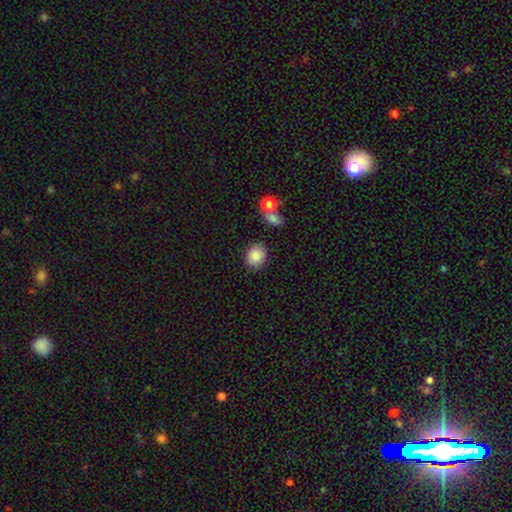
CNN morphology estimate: A smooth galaxy with no disk features (85%) that is round (62%). Merging: none (79%).